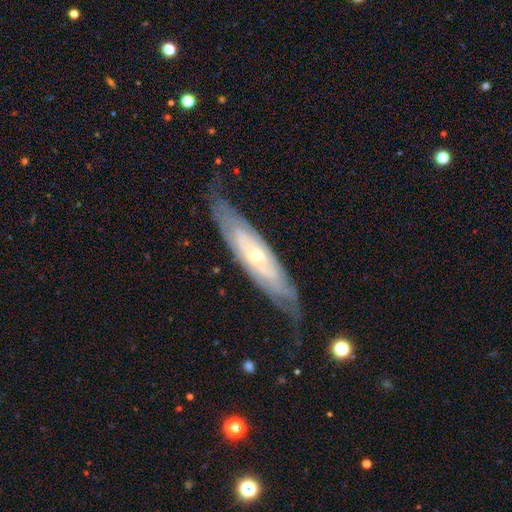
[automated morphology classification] Smooth or featured?
  - featured or disk: 79% *
  - smooth: 15%
  - star or artifact: 6%
Edge-on disk?
  - no: 68% *
  - yes: 32%
Bar?
  - no: 67% *
  - weak: 23%
  - strong: 9%
Spiral arms?
  - yes: 78% *
  - no: 22%
Bulge size?
  - small: 52% *
  - moderate: 44%
  - large: 2%
  - none: 1%
  - dominant: 1%
Merging?
  - none: 68% *
  - minor disturbance: 21%
  - major disturbance: 9%
  - merger: 2%